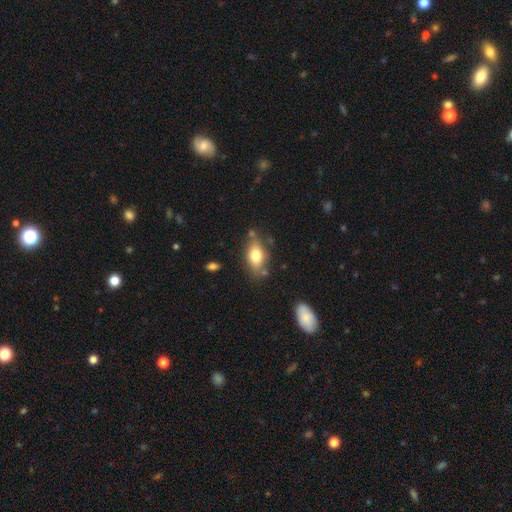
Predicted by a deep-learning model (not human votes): Smooth or featured?
  - smooth: 76% *
  - featured or disk: 16%
  - star or artifact: 8%
How rounded?
  - in between: 85% *
  - round: 10%
  - cigar-shaped: 5%
Merging?
  - none: 72% *
  - minor disturbance: 17%
  - merger: 7%
  - major disturbance: 4%